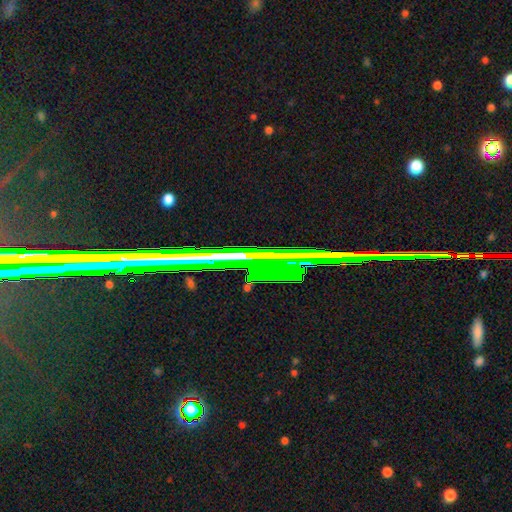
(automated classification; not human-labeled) This is likely a star or artifact rather than a galaxy (66%).